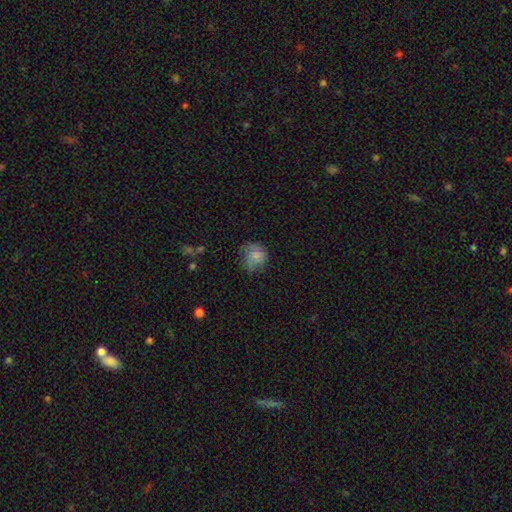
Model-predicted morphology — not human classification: Smooth or featured? smooth (77%)
How rounded? round (75%)
Merging? none (52%)